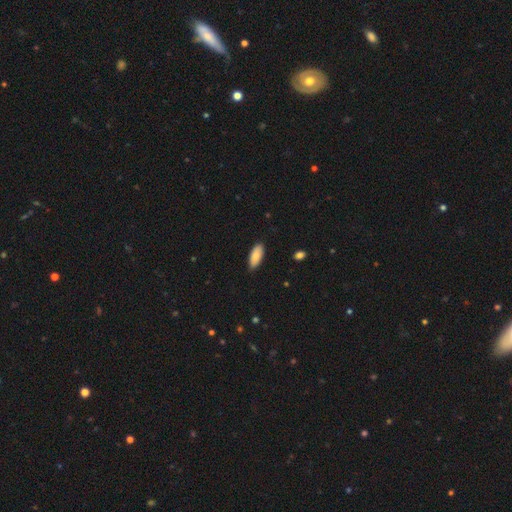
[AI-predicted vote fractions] This is clearly a smooth galaxy (85%). How rounded: clearly in between (85%). Merging: clearly none (86%).